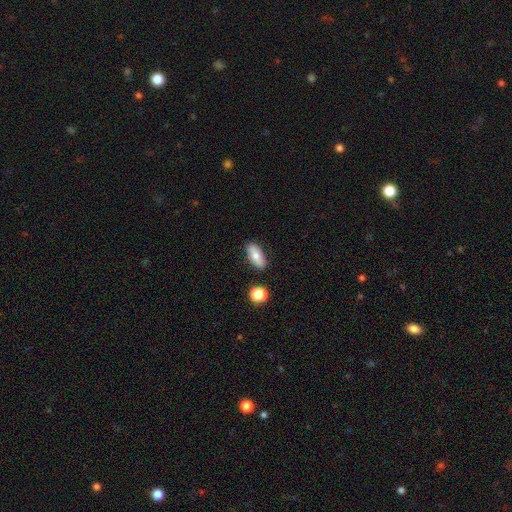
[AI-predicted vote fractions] Overall: smooth (72%). How rounded: in between (82%). Merging: none (84%).